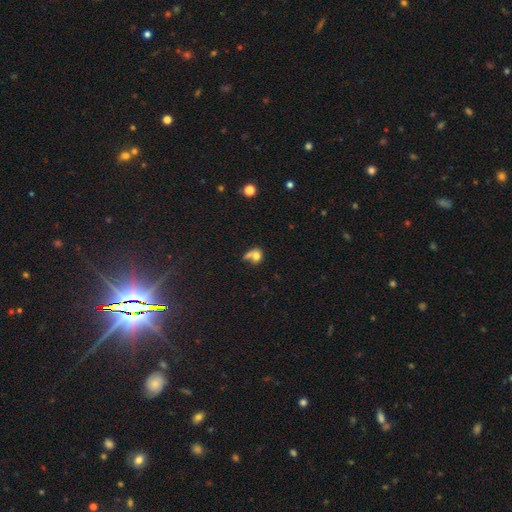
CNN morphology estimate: Smooth or featured?
  - smooth: 68% *
  - featured or disk: 19%
  - star or artifact: 13%
How rounded?
  - round: 54% *
  - in between: 44%
  - cigar-shaped: 3%
Merging?
  - merger: 40% *
  - none: 32%
  - major disturbance: 15%
  - minor disturbance: 13%